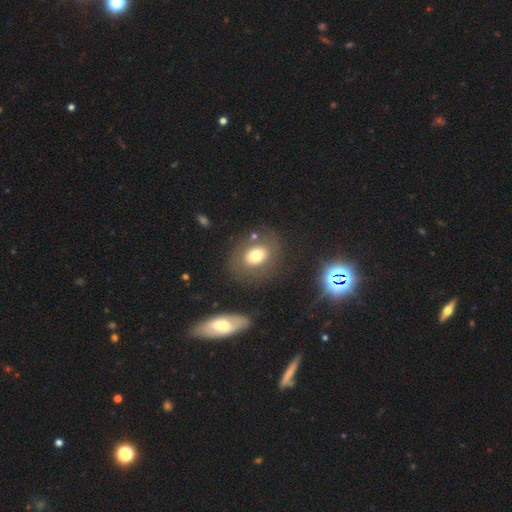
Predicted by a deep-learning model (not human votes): The model was most divided on "how rounded": in between: 53%, round: 46%, cigar-shaped: 1%. More confident: merging — none (75%); smooth or featured — smooth (67%).